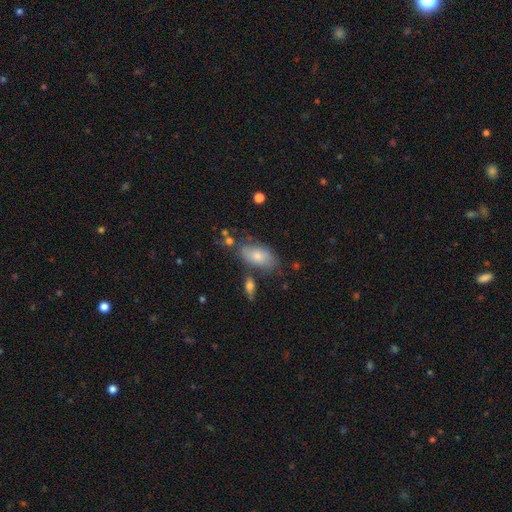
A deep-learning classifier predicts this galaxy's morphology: Overall: smooth (67%). How rounded: in between (90%). Merging: none (63%).